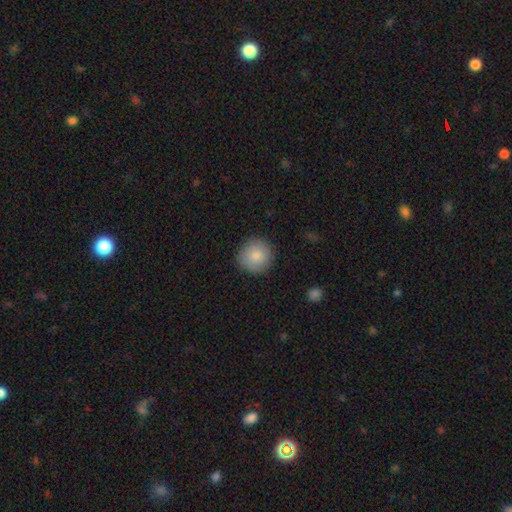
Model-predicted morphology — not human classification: This appears to be a smooth galaxy with no disk features (85%) that is round (94%). Merging: none (89%).